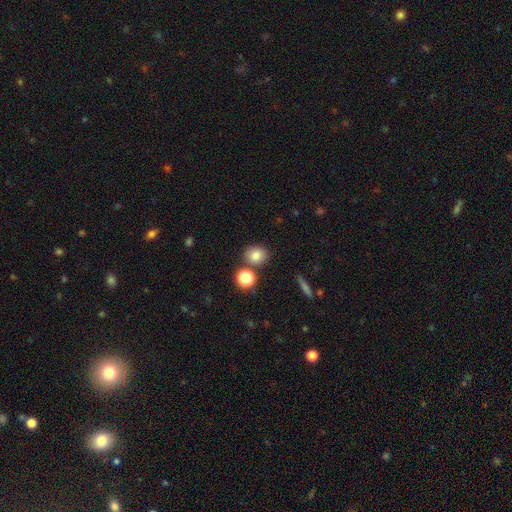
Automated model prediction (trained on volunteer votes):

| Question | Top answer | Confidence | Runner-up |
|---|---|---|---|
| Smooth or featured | smooth | 80% | star or artifact (13%) |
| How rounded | round | 70% | in between (29%) |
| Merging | none | 79% | merger (9%) |